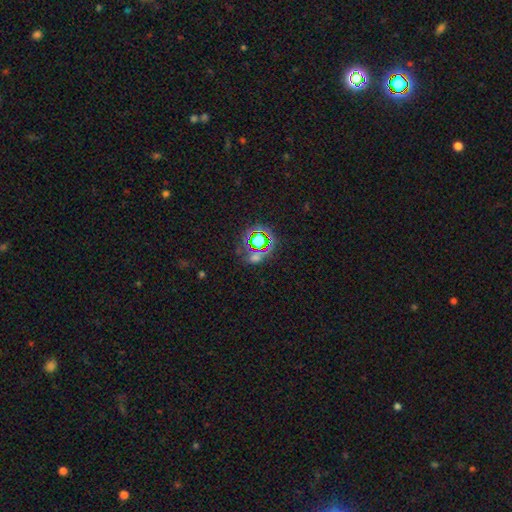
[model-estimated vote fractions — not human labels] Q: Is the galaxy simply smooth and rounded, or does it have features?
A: star or artifact — 67%.